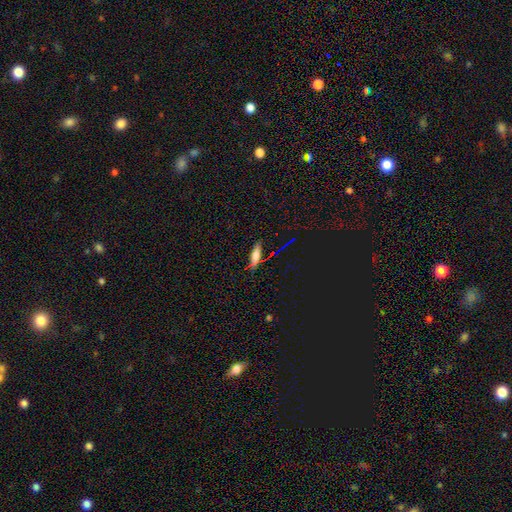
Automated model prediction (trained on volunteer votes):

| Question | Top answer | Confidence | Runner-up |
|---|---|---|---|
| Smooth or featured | smooth | 65% | featured or disk (22%) |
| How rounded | cigar-shaped | 54% | in between (43%) |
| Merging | none | 81% | minor disturbance (14%) |